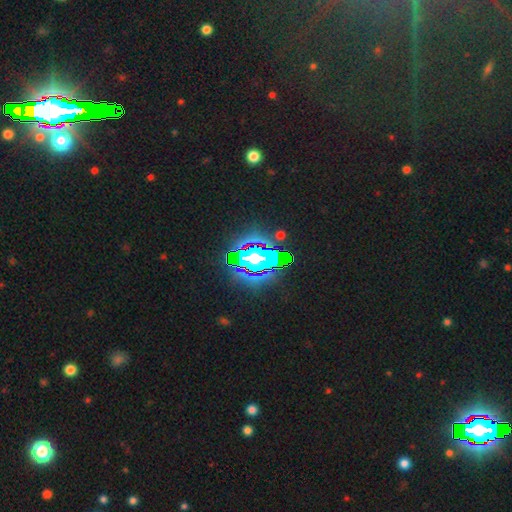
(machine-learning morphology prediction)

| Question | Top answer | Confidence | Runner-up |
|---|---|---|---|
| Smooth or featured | star or artifact | 79% | smooth (11%) |